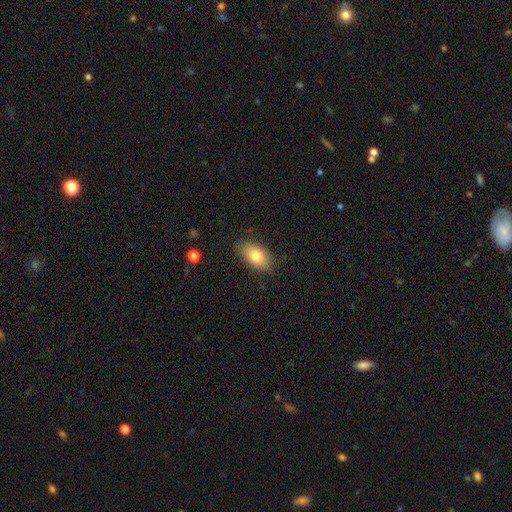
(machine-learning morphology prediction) The model was most divided on "smooth or featured": smooth: 82%, featured or disk: 11%, star or artifact: 7%. More confident: how rounded — in between (92%); merging — none (84%).